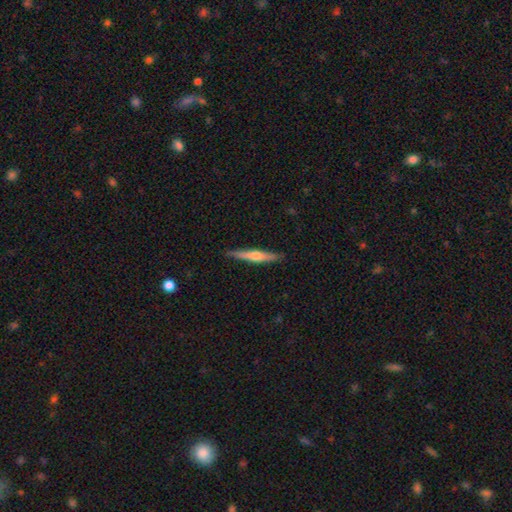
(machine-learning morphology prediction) smooth_or_featured: featured or disk (p=0.57) [alt: smooth p=0.38]
disk_edge_on: yes (p=0.97) [alt: no p=0.03]
edge_on_bulge: rounded (p=0.82) [alt: none p=0.12]
merging: none (p=0.89) [alt: minor disturbance p=0.09]